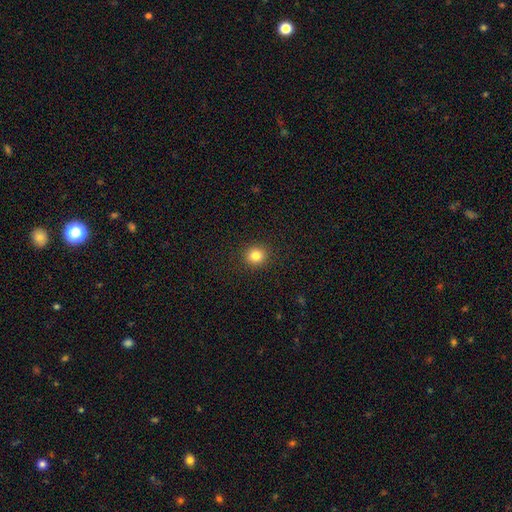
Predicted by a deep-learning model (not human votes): This appears to be a smooth galaxy with no disk features (83%) that is round (88%). Merging: none (91%).